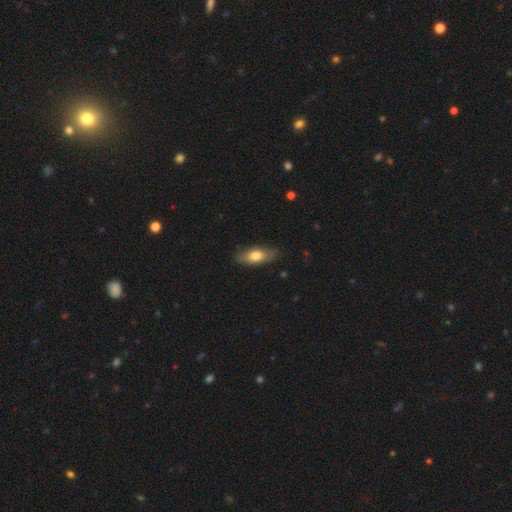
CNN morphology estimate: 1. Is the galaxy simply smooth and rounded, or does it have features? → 74% smooth, 20% featured or disk, 6% star or artifact.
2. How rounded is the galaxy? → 80% in between, 17% cigar-shaped, 3% round.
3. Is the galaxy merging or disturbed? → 83% none, 14% minor disturbance, 3% major disturbance, 1% merger.